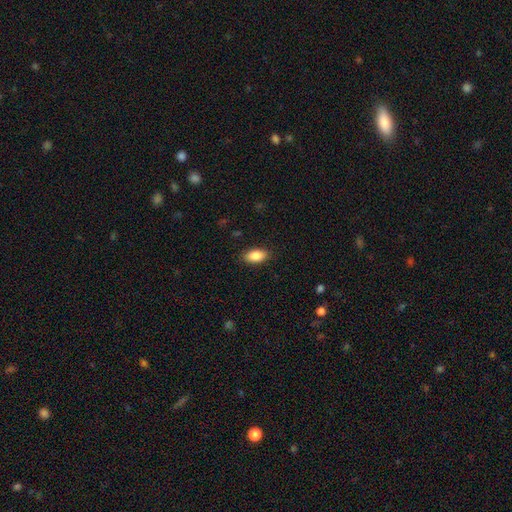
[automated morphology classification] A smooth galaxy with no disk features (87%) that is in between round and cigar-shaped (92%). Merging: none (88%).